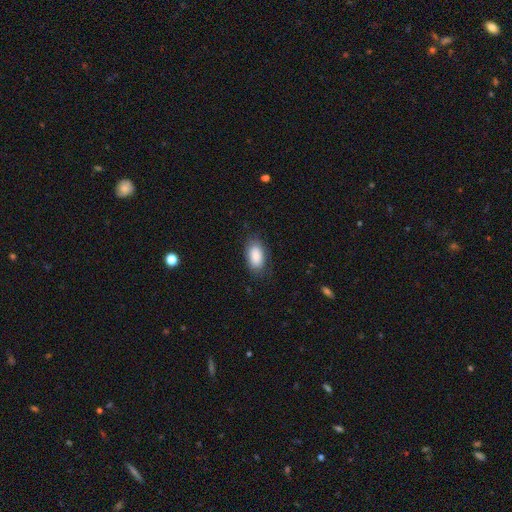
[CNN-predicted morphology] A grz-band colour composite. It shows a smooth galaxy with no disk features (87%) that is in between round and cigar-shaped (93%). Merging: none (78%).